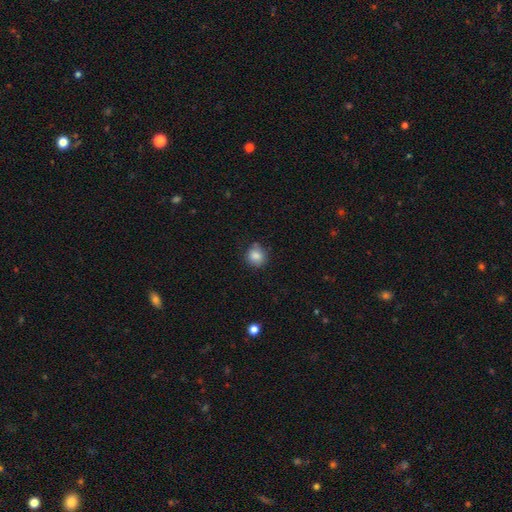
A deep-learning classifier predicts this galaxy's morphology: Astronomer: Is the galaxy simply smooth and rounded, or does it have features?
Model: smooth — 84%.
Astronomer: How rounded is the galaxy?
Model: round — 83%.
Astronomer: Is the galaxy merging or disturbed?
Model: none — 74%.